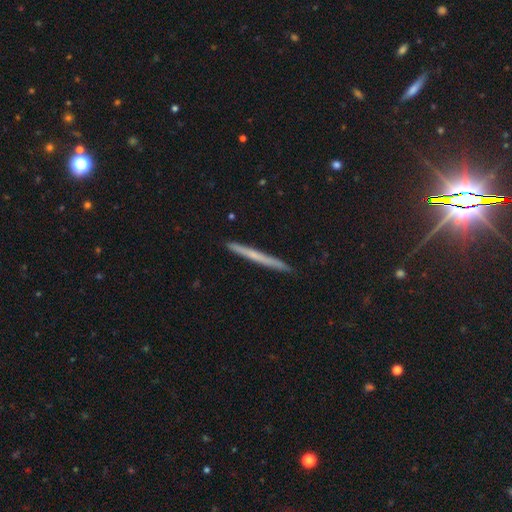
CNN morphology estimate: Smooth or featured? Predicted: smooth (p=0.48). Merging? Predicted: none (p=0.91).